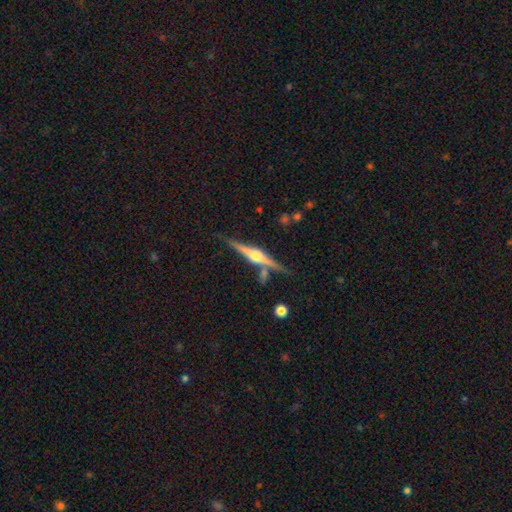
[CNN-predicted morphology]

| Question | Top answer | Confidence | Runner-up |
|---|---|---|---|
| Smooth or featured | featured or disk | 82% | smooth (12%) |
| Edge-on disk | yes | 98% | no (2%) |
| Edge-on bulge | rounded | 92% | boxy (5%) |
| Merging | none | 81% | minor disturbance (10%) |